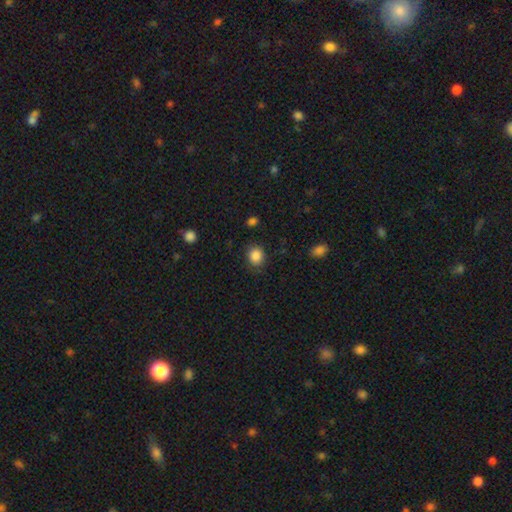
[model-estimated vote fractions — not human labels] A smooth galaxy with no disk features (87%) that is round (76%). Merging: none (85%).